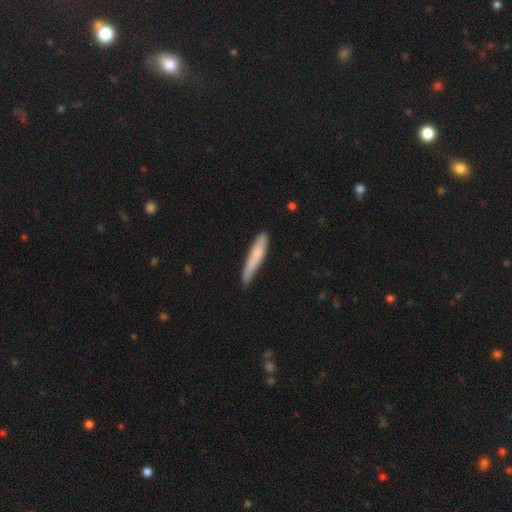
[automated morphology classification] A smooth galaxy with no disk features (75%) that is cigar-shaped (92%). Merging: none (74%).